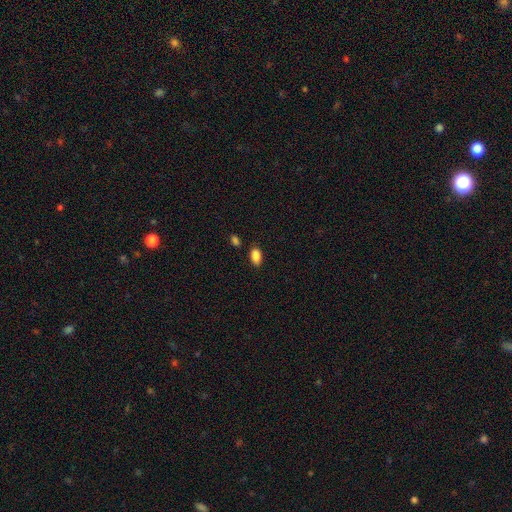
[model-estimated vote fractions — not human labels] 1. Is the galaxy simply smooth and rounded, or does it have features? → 88% smooth, 9% star or artifact, 4% featured or disk.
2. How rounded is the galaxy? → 91% in between, 7% round, 3% cigar-shaped.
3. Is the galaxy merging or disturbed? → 82% none, 11% minor disturbance, 4% merger, 3% major disturbance.